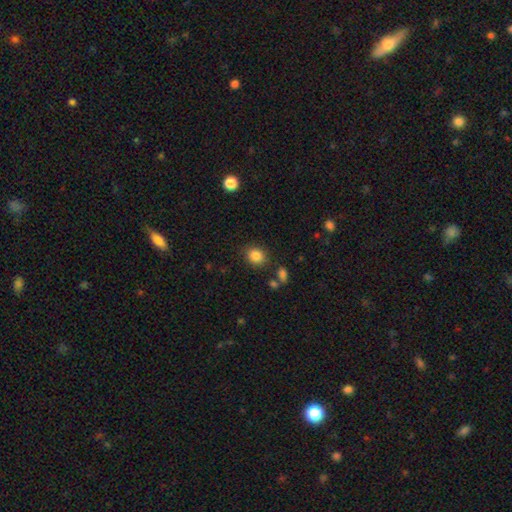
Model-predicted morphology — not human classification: Smooth or featured? smooth (85%)
How rounded? round (69%)
Merging? none (83%)